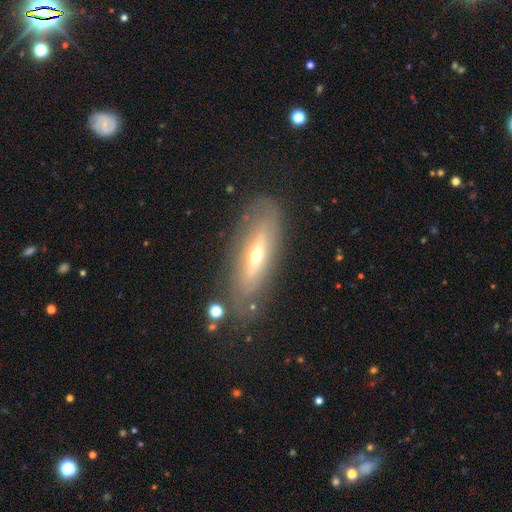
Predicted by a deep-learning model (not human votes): Q: Smooth or featured?
A: featured or disk (63%); runner-up: smooth (29%)
Q: Edge-on disk?
A: no (56%); runner-up: yes (44%)
Q: Merging?
A: none (77%); runner-up: minor disturbance (15%)